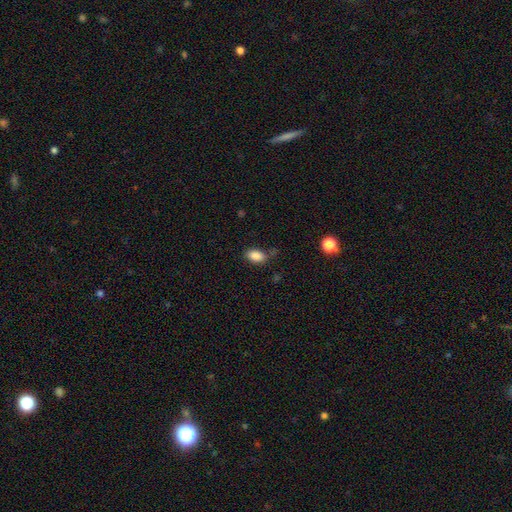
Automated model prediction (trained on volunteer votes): Smooth or featured? smooth (87%)
How rounded? in between (90%)
Merging? none (71%)